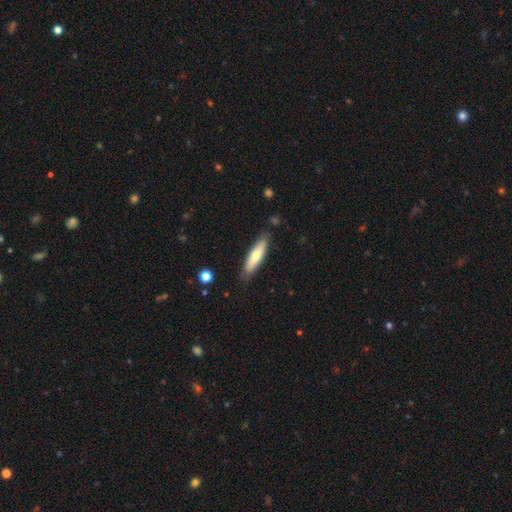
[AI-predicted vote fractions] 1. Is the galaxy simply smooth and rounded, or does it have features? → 66% smooth, 28% featured or disk, 6% star or artifact.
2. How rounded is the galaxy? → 70% cigar-shaped, 28% in between, 2% round.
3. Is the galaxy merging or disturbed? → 84% none, 12% minor disturbance, 2% major disturbance, 2% merger.